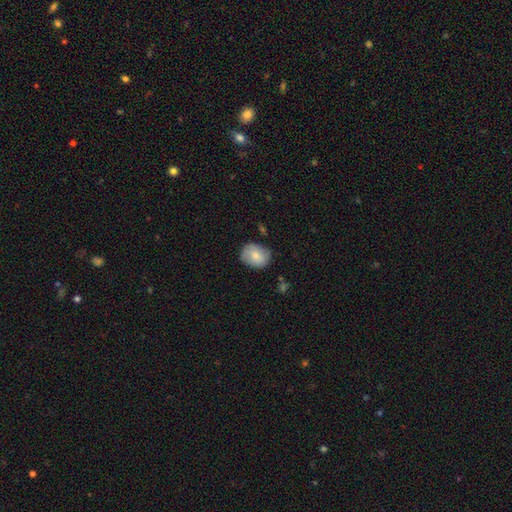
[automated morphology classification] A smooth galaxy with no disk features (76%) that is in between round and cigar-shaped (53%). Merging: none (71%).